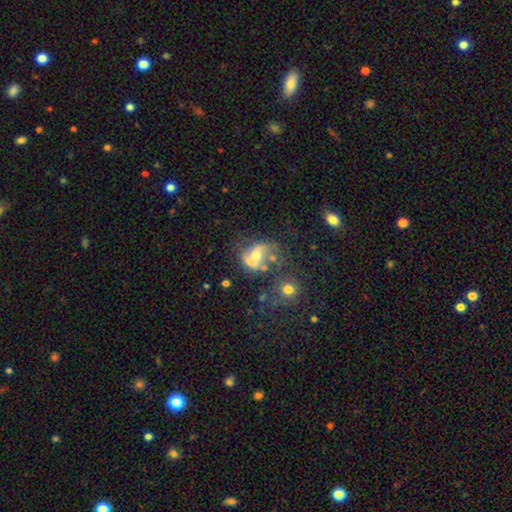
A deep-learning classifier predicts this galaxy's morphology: This appears to be a featured or disk galaxy (63%) with no bar (62%), spiral arms (69%) and a moderate central bulge (60%). Merging: none (34%).